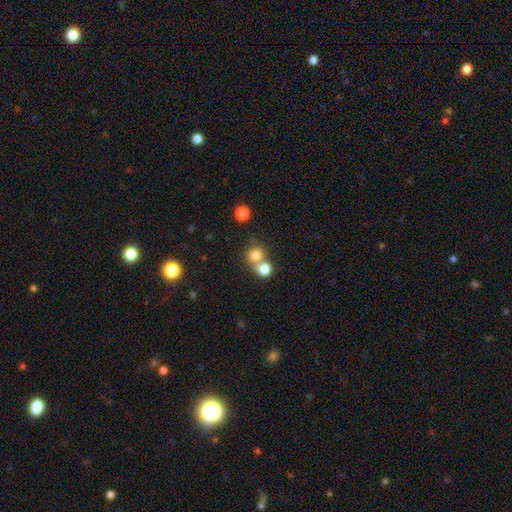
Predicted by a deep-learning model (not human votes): The model was most divided on "merging": merger: 47%, none: 44%, minor disturbance: 6%, major disturbance: 3%. More confident: how rounded — round (85%); smooth or featured — smooth (77%).